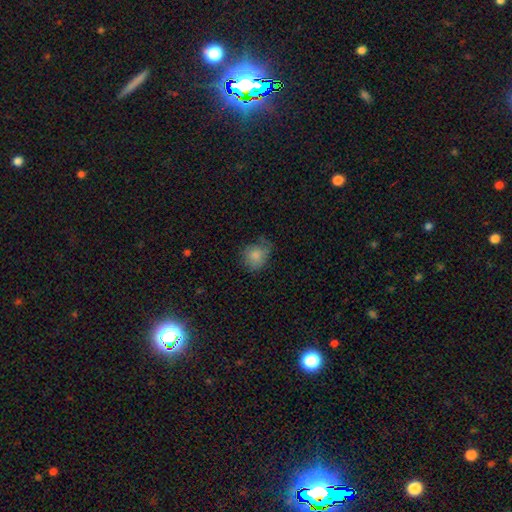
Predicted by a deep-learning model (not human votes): This is clearly a smooth galaxy (83%). How rounded: likely round (73%). Merging: possibly none (55%).